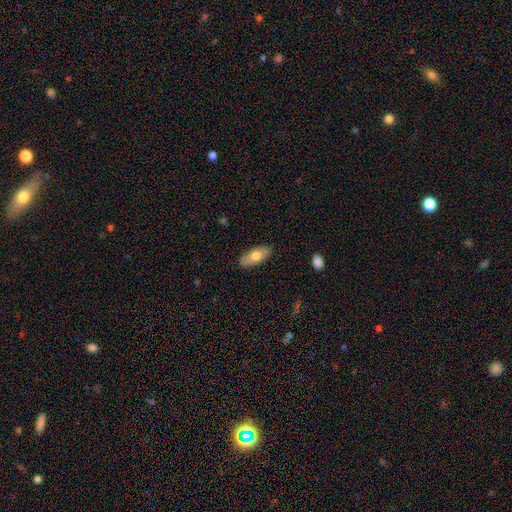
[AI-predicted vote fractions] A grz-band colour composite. It shows a smooth galaxy with no disk features (69%) that is in between round and cigar-shaped (86%). Merging: none (85%).